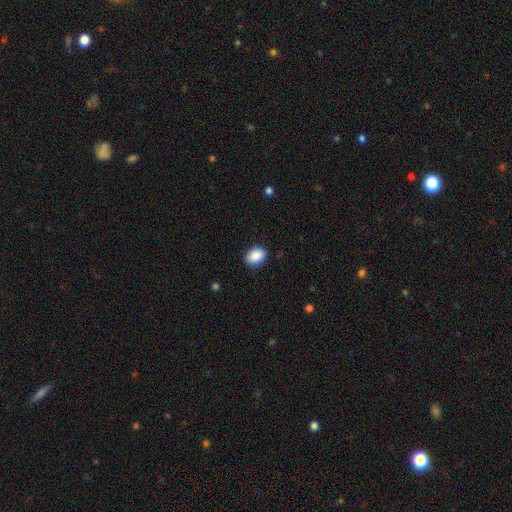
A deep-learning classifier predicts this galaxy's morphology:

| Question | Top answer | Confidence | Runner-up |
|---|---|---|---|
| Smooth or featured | smooth | 88% | star or artifact (8%) |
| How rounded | in between | 73% | round (26%) |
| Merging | none | 88% | minor disturbance (9%) |